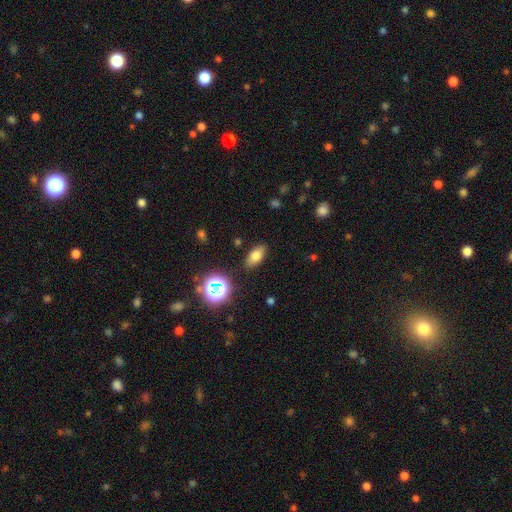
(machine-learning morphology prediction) This is likely a smooth galaxy (73%). How rounded: clearly in between (84%). Merging: clearly none (85%).